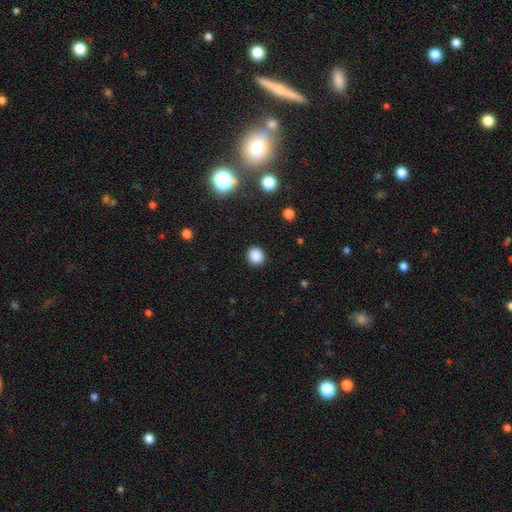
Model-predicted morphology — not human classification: Q: Smooth or featured?
A: smooth (86%); runner-up: star or artifact (11%)
Q: How rounded?
A: round (88%); runner-up: in between (11%)
Q: Merging?
A: none (91%); runner-up: minor disturbance (5%)